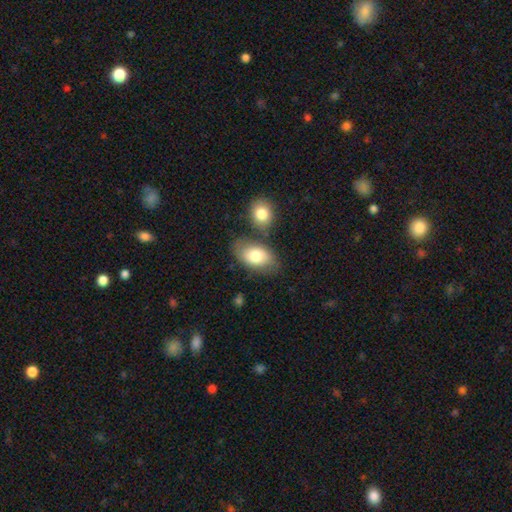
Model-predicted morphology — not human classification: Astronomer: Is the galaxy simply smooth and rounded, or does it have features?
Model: smooth — 76%.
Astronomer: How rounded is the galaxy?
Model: in between — 91%.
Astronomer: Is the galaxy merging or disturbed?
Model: none — 63%.